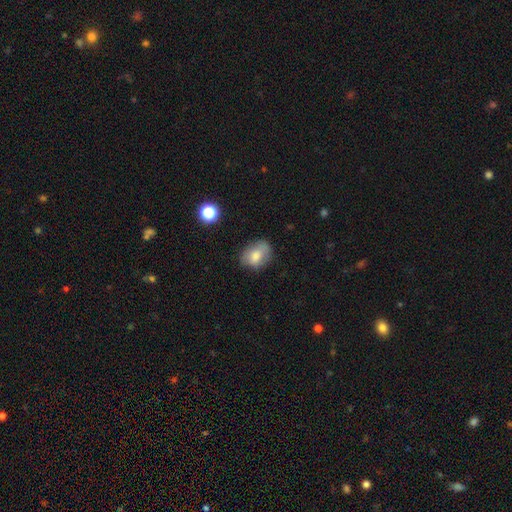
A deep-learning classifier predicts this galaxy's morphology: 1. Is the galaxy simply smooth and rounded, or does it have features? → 72% smooth, 19% featured or disk, 9% star or artifact.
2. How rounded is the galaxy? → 69% in between, 30% round, 1% cigar-shaped.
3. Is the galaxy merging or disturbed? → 63% none, 27% minor disturbance, 8% major disturbance, 2% merger.